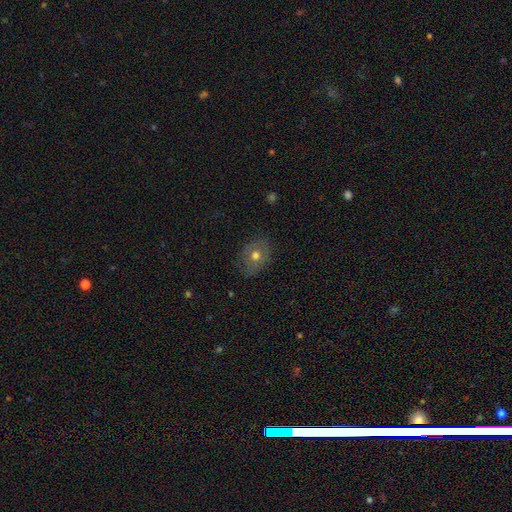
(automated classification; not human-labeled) Smooth or featured? Predicted: smooth (p=0.62). How rounded? Predicted: in between (p=0.58). Merging? Predicted: none (p=0.75).